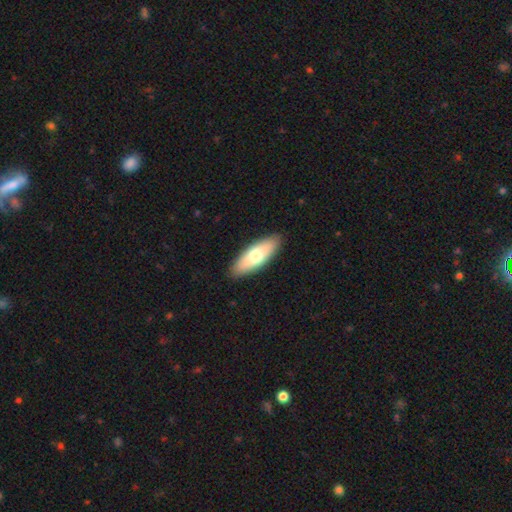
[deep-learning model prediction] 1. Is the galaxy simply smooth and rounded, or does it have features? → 70% smooth, 25% featured or disk, 5% star or artifact.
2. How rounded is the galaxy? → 64% in between, 34% cigar-shaped, 2% round.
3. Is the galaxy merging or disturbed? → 90% none, 8% minor disturbance, 2% major disturbance, 1% merger.